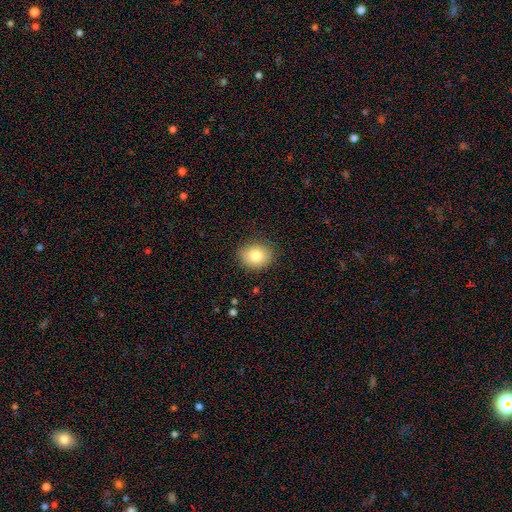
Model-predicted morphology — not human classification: A smooth galaxy with no disk features (81%) that is round (56%).

Vote fractions:
- Smooth or featured? smooth: 81% / featured or disk: 10% / star or artifact: 9%
- How rounded? round: 56% / in between: 43% / cigar-shaped: 1%
- Merging? none: 85% / minor disturbance: 11% / major disturbance: 3% / merger: 1%